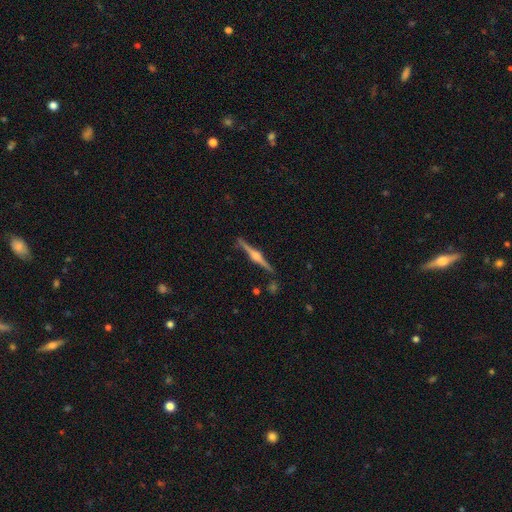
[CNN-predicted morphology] Smooth or featured: featured or disk — 86% (smooth — 9%)
Edge-on disk: yes — 99% (no — 1%)
Edge-on bulge: rounded — 92% (boxy — 5%)
Merging: none — 90% (minor disturbance — 7%)